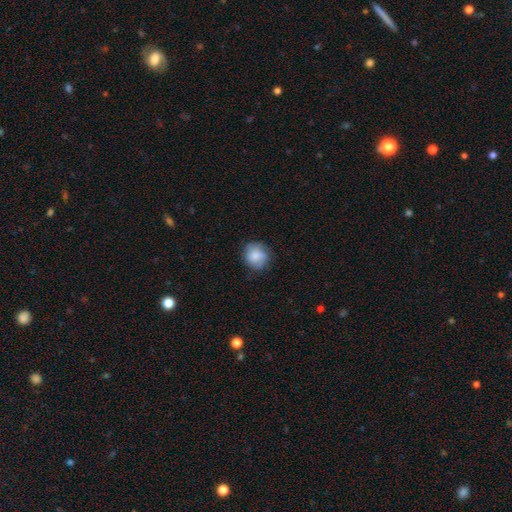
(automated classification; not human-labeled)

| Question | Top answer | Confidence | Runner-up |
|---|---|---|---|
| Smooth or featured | smooth | 75% | featured or disk (18%) |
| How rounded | round | 81% | in between (18%) |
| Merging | none | 73% | minor disturbance (20%) |